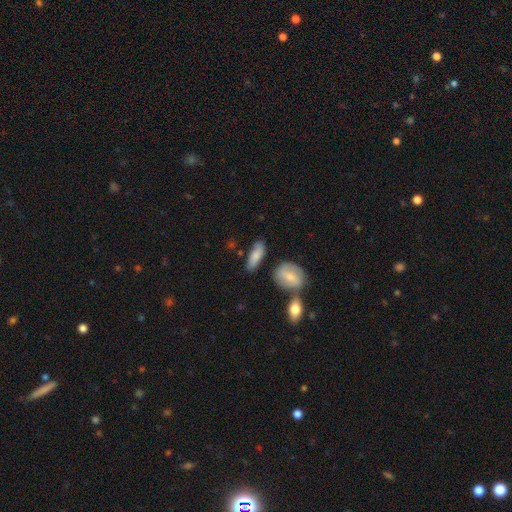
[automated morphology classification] Smooth or featured: smooth — 77% (featured or disk — 16%)
How rounded: in between — 67% (cigar-shaped — 30%)
Merging: none — 69% (minor disturbance — 18%)